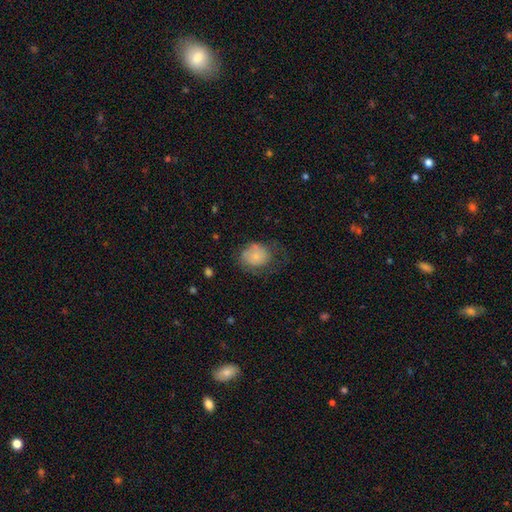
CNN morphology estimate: Smooth or featured? Predicted: smooth (p=0.69). How rounded? Predicted: round (p=0.59). Merging? Predicted: none (p=0.42).